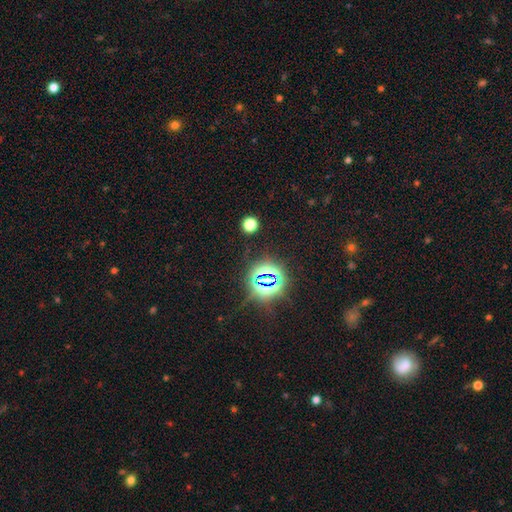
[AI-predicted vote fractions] A star or artifact, not a galaxy (78%).